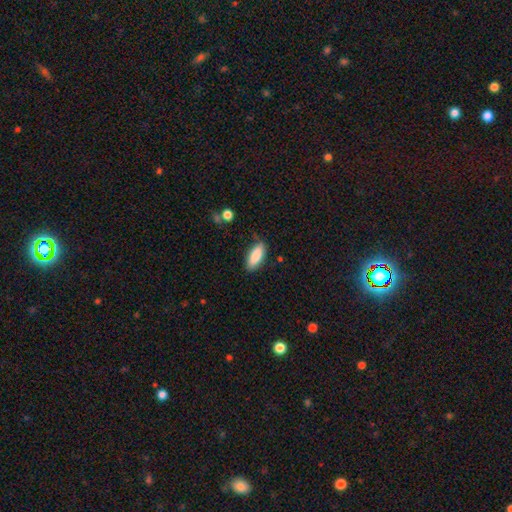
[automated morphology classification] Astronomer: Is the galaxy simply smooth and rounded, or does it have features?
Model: smooth — 86%.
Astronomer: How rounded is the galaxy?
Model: in between — 74%.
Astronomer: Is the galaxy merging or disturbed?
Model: none — 82%.